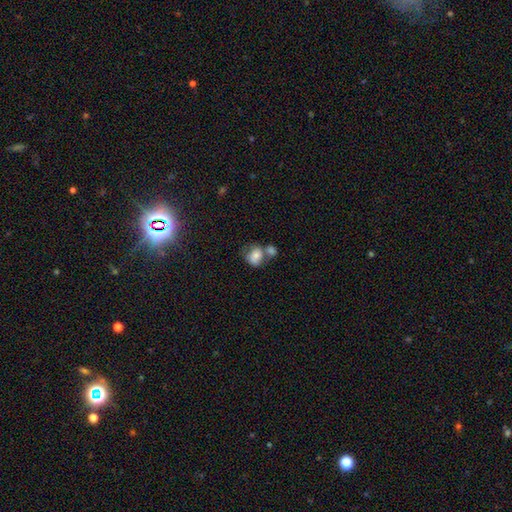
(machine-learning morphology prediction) smooth-or-featured: smooth: 75% | featured or disk: 16% | star or artifact: 9%
  how-rounded: round: 58% | in between: 41% | cigar-shaped: 1%
  merging: merger: 48% | none: 31% | minor disturbance: 14% | major disturbance: 7%